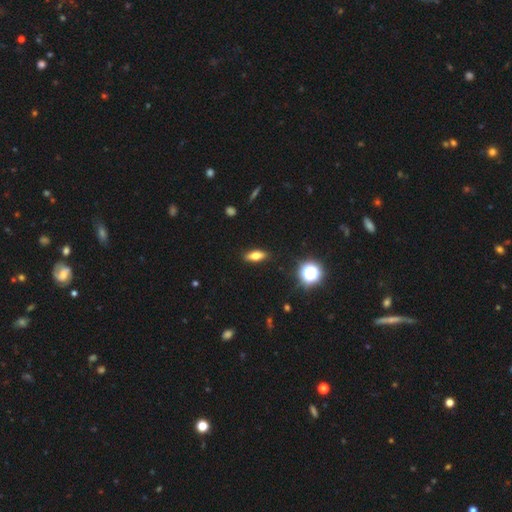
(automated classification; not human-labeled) Smooth or featured? Predicted: smooth (p=0.65). How rounded? Predicted: in between (p=0.65). Merging? Predicted: none (p=0.88).